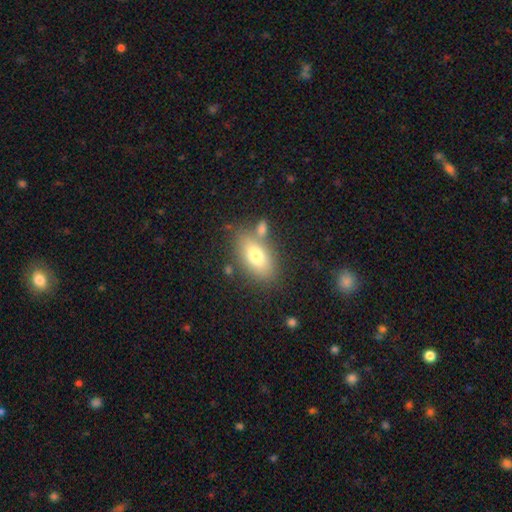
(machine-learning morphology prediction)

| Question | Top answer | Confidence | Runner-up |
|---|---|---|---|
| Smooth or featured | smooth | 74% | featured or disk (17%) |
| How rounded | in between | 88% | round (7%) |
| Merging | none | 69% | minor disturbance (14%) |